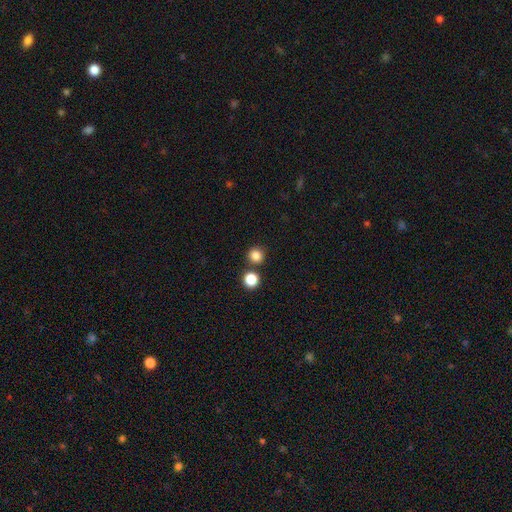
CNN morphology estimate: A smooth galaxy with no disk features (83%) that is round (92%).

Vote fractions:
- Smooth or featured? smooth: 83% / star or artifact: 13% / featured or disk: 4%
- How rounded? round: 92% / in between: 7% / cigar-shaped: 1%
- Merging? none: 80% / merger: 11% / minor disturbance: 6% / major disturbance: 2%